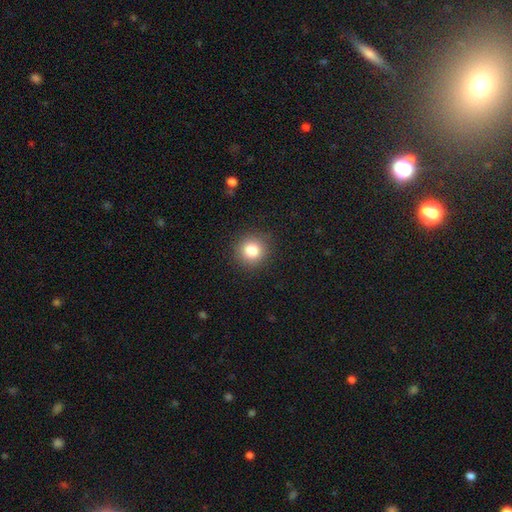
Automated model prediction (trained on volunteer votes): This is possibly a smooth galaxy (52%). How rounded: clearly round (92%). Merging: clearly none (91%).